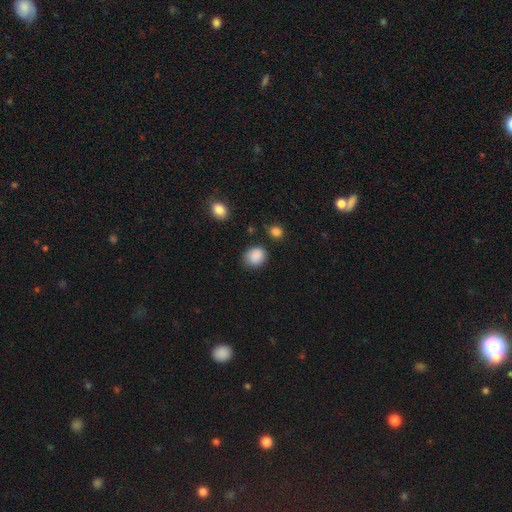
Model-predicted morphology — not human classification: smooth_or_featured: smooth (p=0.88) [alt: star or artifact p=0.09]
how_rounded: round (p=0.59) [alt: in between p=0.40]
merging: none (p=0.77) [alt: minor disturbance p=0.17]